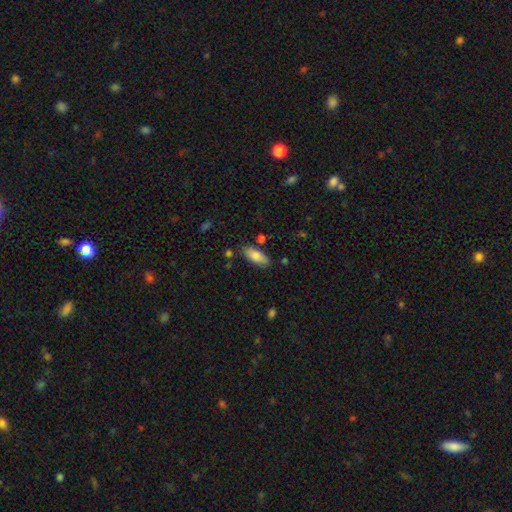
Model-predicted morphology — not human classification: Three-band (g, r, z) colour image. It shows a smooth galaxy with no disk features (84%) that is in between round and cigar-shaped (82%). Merging: none (82%).